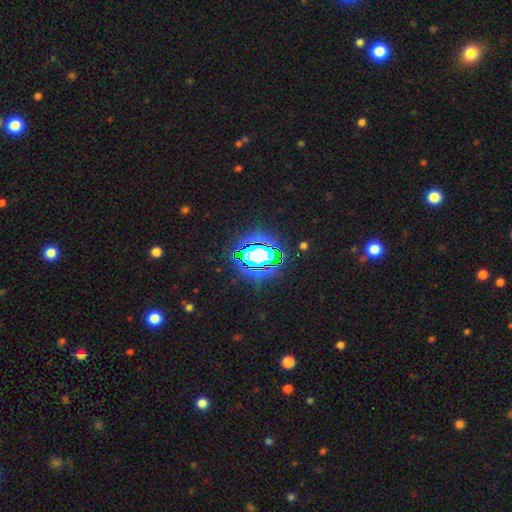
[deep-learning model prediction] Smooth or featured: star or artifact — 72% (smooth — 14%)